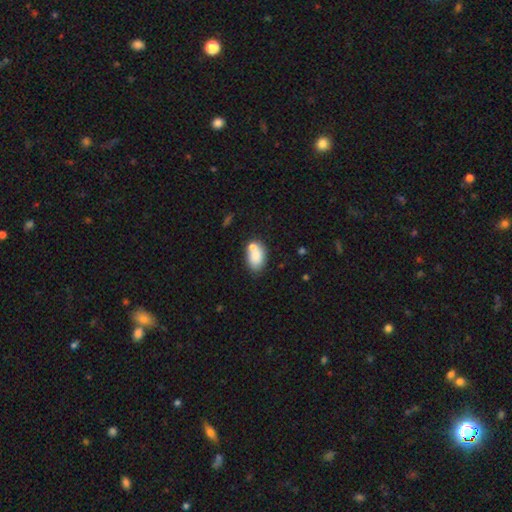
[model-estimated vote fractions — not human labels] smooth 79%, featured or disk 13%, star or artifact 8%. Down the decision tree: how rounded — in between (86%); merging — none (52%).